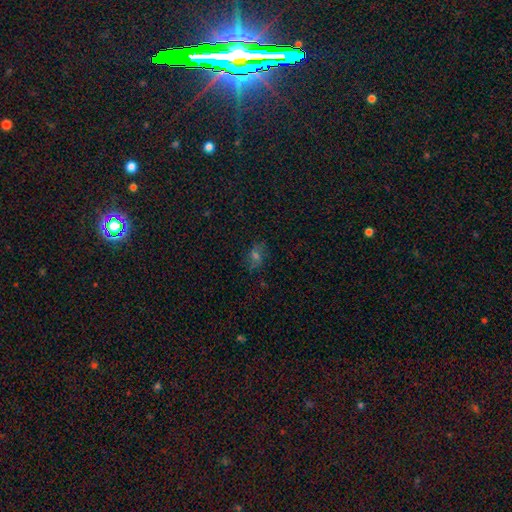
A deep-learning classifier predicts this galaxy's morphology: Smooth or featured: smooth — 43% (star or artifact — 30%)
Merging: none — 78% (minor disturbance — 15%)